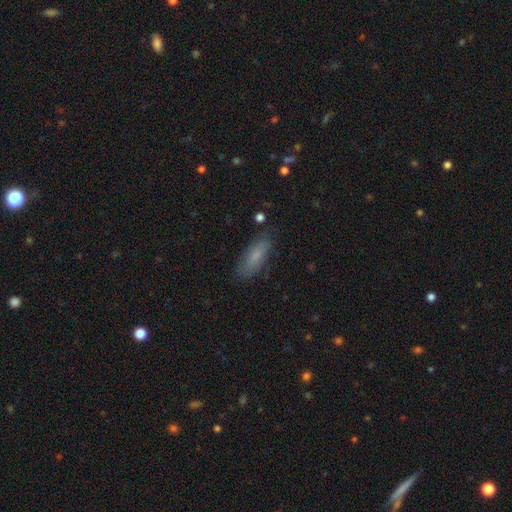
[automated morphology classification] This is likely a smooth galaxy (74%). How rounded: possibly in between (58%). Merging: clearly none (81%).